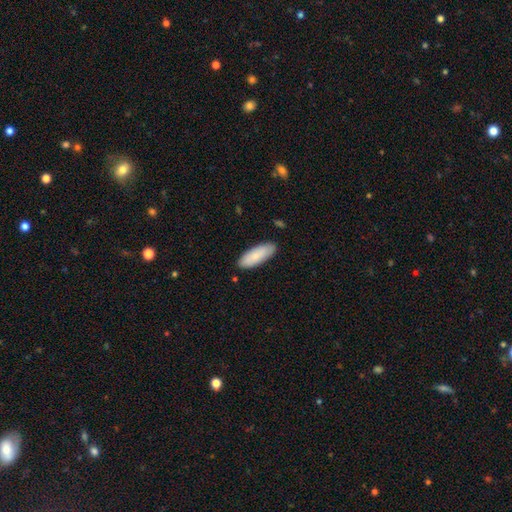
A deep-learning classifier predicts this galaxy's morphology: This is likely a smooth galaxy (80%). How rounded: likely in between (71%). Merging: clearly none (86%).